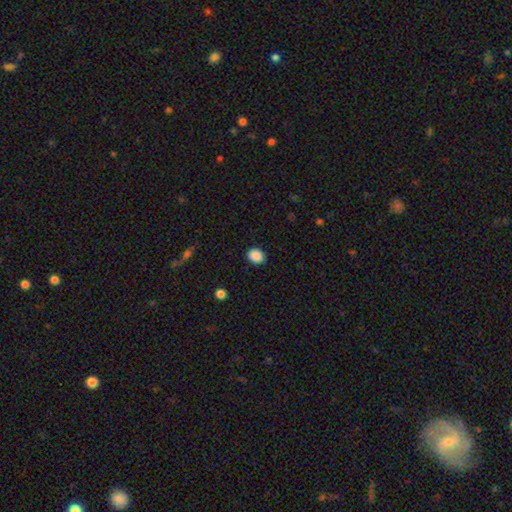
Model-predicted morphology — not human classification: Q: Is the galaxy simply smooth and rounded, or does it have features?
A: smooth — 89%.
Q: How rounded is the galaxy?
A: round — 51%.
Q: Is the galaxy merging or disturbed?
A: none — 89%.